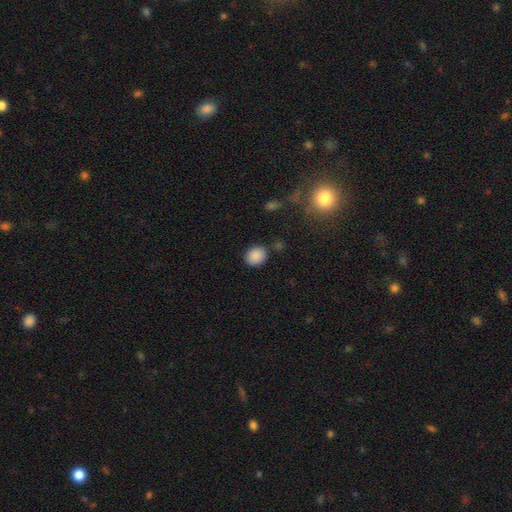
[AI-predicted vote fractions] Smooth or featured: smooth — 88% (star or artifact — 9%)
How rounded: round — 65% (in between — 34%)
Merging: none — 79% (minor disturbance — 12%)